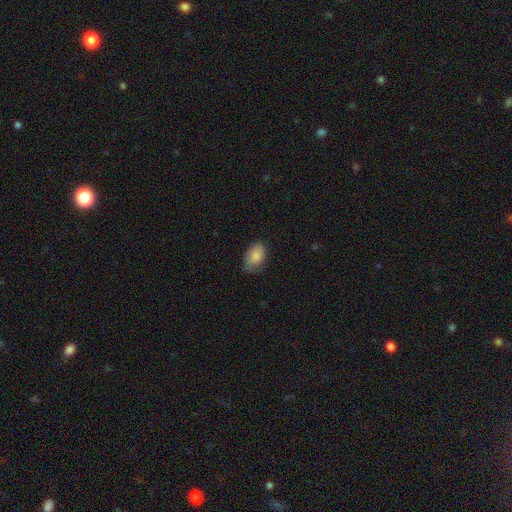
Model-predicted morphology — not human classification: Smooth or featured? smooth (85%)
How rounded? in between (90%)
Merging? none (66%)